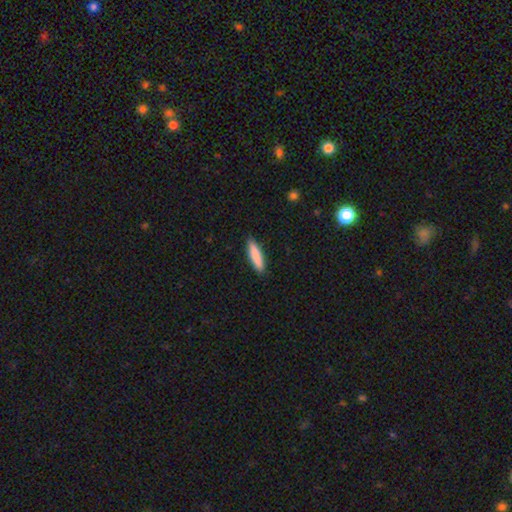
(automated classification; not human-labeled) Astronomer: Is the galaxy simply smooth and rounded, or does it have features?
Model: smooth — 83%.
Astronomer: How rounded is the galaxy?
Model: cigar-shaped — 77%.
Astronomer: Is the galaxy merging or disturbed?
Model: none — 89%.